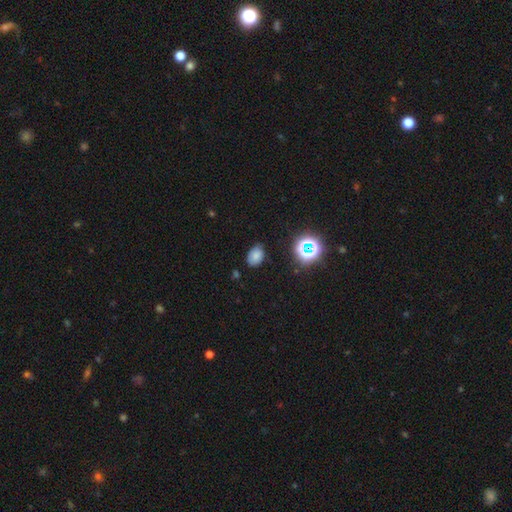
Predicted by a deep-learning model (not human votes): Smooth or featured: smooth — 74% (star or artifact — 17%)
How rounded: in between — 79% (round — 19%)
Merging: none — 76% (minor disturbance — 19%)